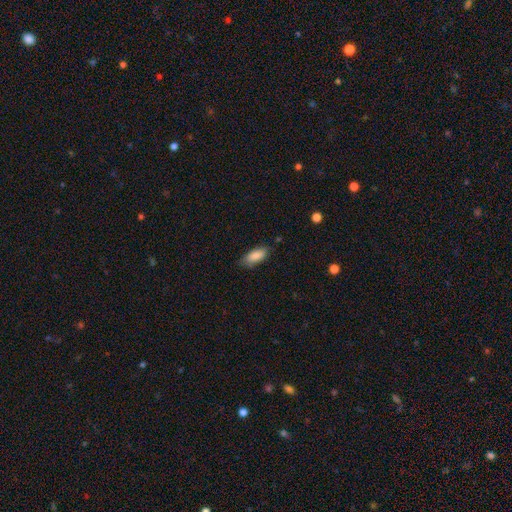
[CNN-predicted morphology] Overall: smooth (87%). How rounded: in between (83%). Merging: none (72%).